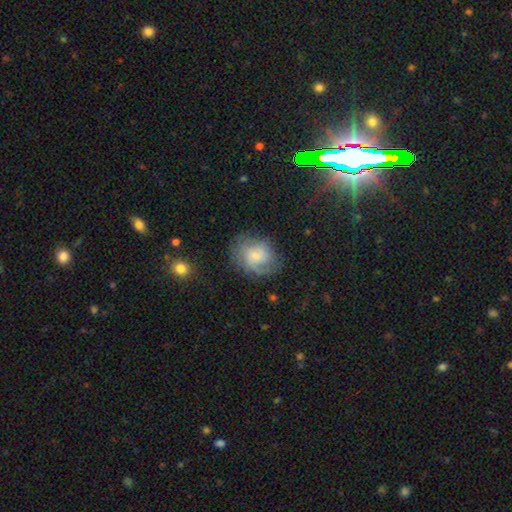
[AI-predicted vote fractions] A featured or disk galaxy (45%, tied with smooth). Merging: none (60%).